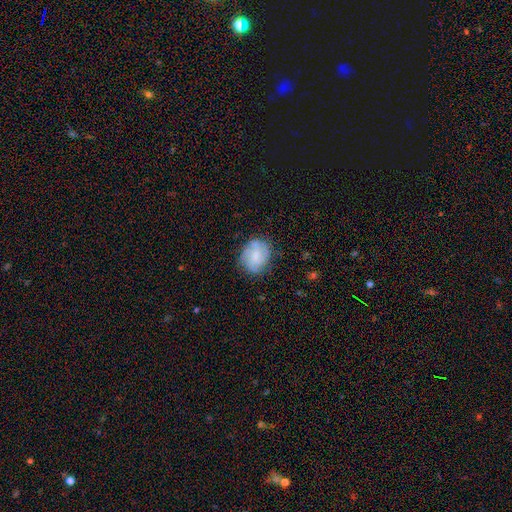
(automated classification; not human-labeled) A smooth galaxy with no disk features (50%) that is round (55%). Merging: none (69%).